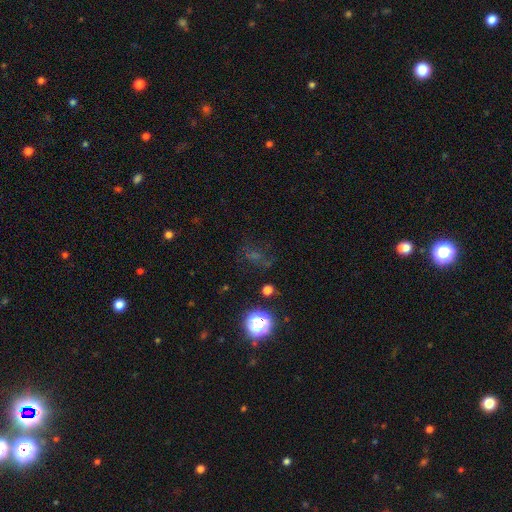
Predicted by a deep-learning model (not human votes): star or artifact 49%, smooth 33%, featured or disk 18%.